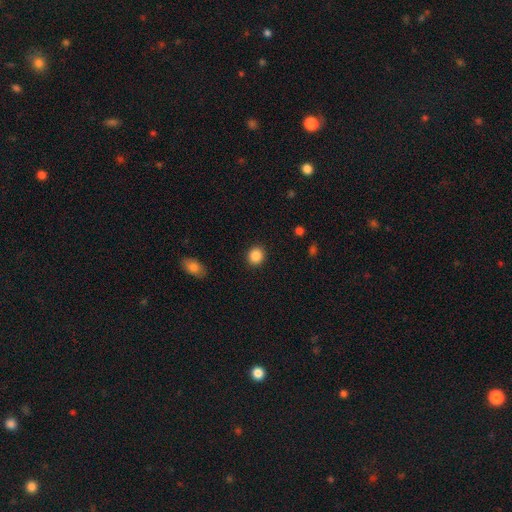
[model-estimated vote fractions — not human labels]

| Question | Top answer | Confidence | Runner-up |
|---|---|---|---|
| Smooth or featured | smooth | 88% | star or artifact (9%) |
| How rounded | round | 81% | in between (18%) |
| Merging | none | 91% | minor disturbance (6%) |